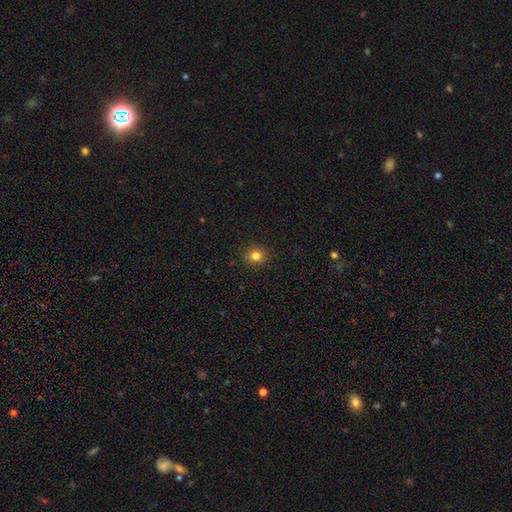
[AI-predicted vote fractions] The model was most divided on "how rounded": round: 84%, in between: 15%, cigar-shaped: 1%. More confident: merging — none (91%); smooth or featured — smooth (82%).